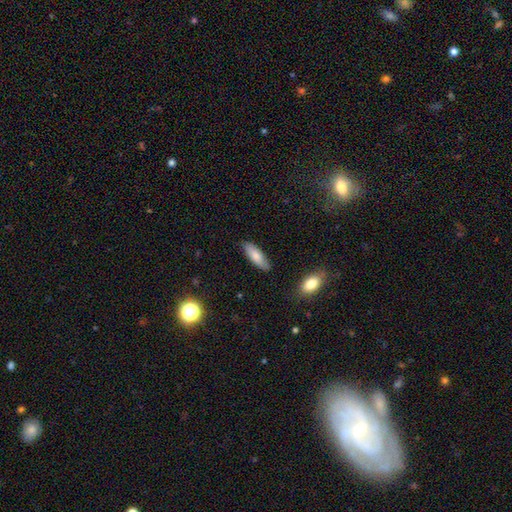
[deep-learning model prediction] smooth_or_featured: smooth (p=0.80) [alt: featured or disk p=0.14]
how_rounded: in between (p=0.55) [alt: cigar-shaped p=0.43]
merging: none (p=0.85) [alt: minor disturbance p=0.11]